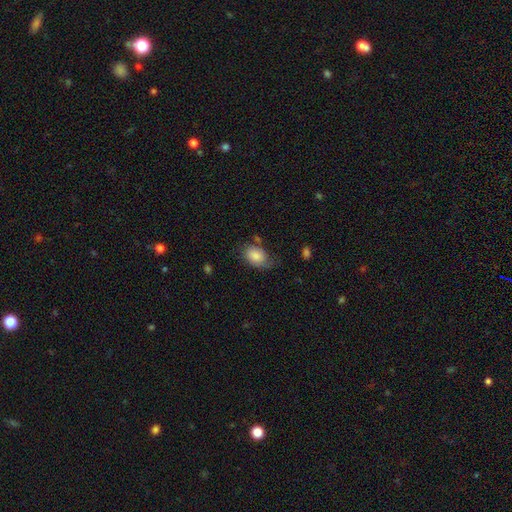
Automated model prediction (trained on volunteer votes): This is likely a smooth galaxy (76%). How rounded: clearly in between (80%). Merging: possibly none (52%).